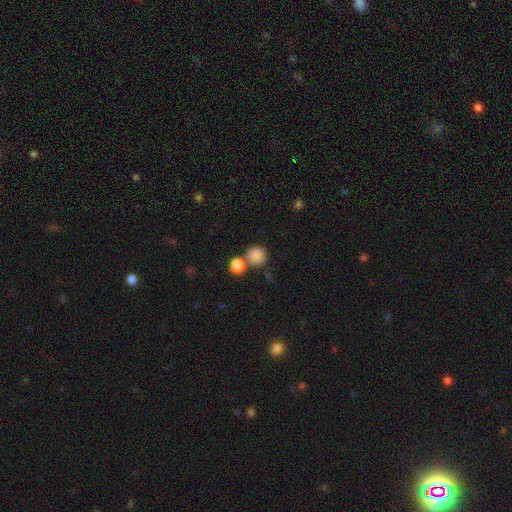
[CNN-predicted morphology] Smooth or featured: smooth — 85% (star or artifact — 10%)
How rounded: round — 91% (in between — 8%)
Merging: none — 63% (merger — 24%)